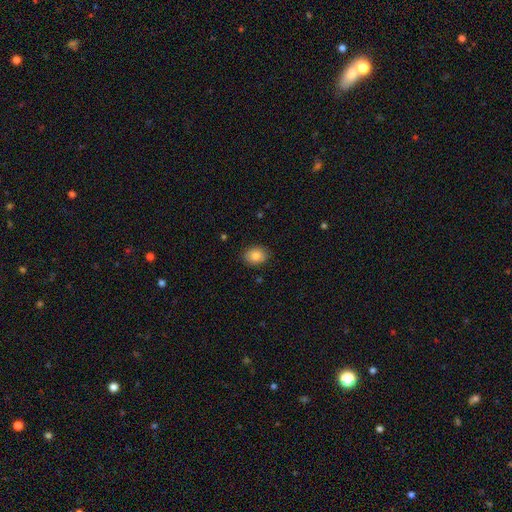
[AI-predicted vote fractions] Overall: smooth (84%). How rounded: in between (61%; round 38%). Merging: none (87%).